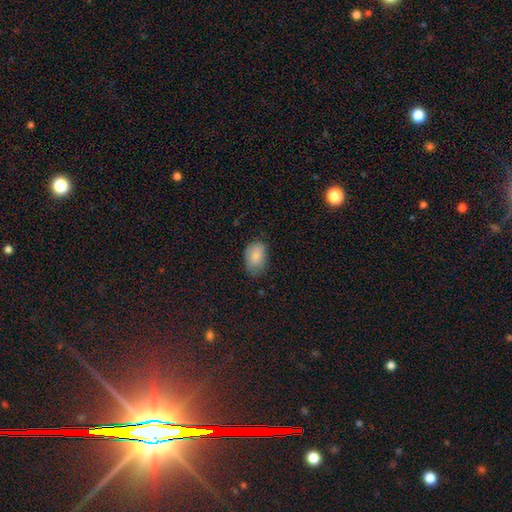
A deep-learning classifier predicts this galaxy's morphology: smooth-or-featured: smooth: 85% | star or artifact: 8% | featured or disk: 7%
  how-rounded: in between: 86% | round: 13% | cigar-shaped: 1%
  merging: none: 65% | minor disturbance: 28% | major disturbance: 6% | merger: 1%